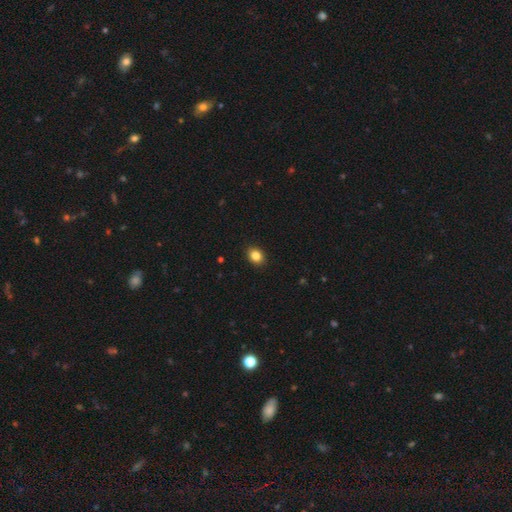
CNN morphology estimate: smooth-or-featured: smooth: 85% | star or artifact: 10% | featured or disk: 5%
  how-rounded: in between: 51% | round: 49% | cigar-shaped: 1%
  merging: none: 91% | minor disturbance: 7% | major disturbance: 2% | merger: 1%